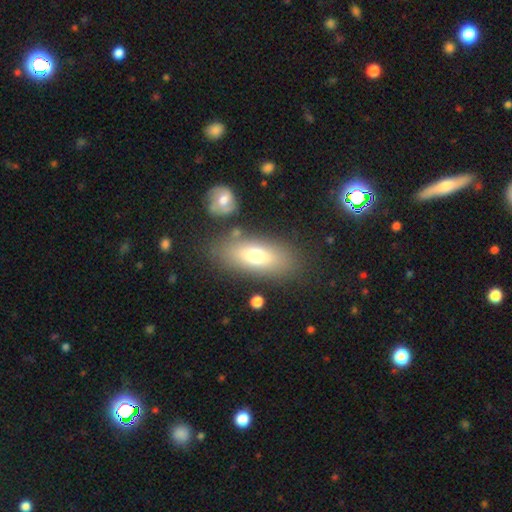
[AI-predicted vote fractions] smooth_or_featured: smooth (p=0.69) [alt: featured or disk p=0.22]
how_rounded: in between (p=0.79) [alt: cigar-shaped p=0.17]
merging: none (p=0.77) [alt: minor disturbance p=0.12]